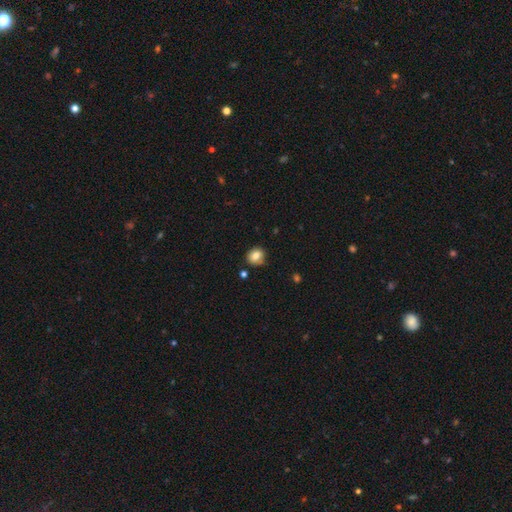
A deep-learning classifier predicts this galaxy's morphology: Overall: smooth (81%). How rounded: round (73%). Merging: none (80%).